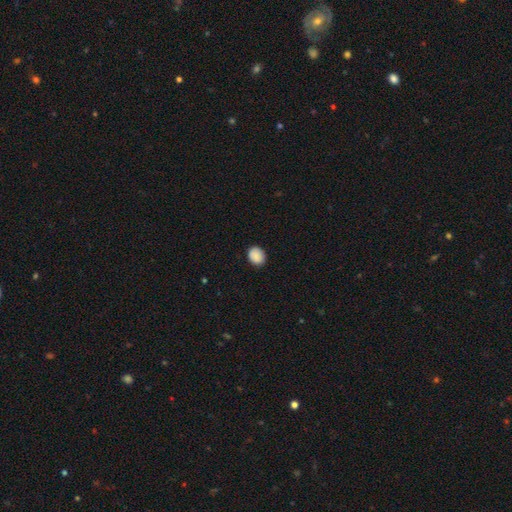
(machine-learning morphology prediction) A smooth galaxy with no disk features (89%) that is round (51%).

Vote fractions:
- Smooth or featured? smooth: 89% / star or artifact: 8% / featured or disk: 3%
- How rounded? round: 51% / in between: 48% / cigar-shaped: 1%
- Merging? none: 86% / minor disturbance: 11% / major disturbance: 2% / merger: 1%